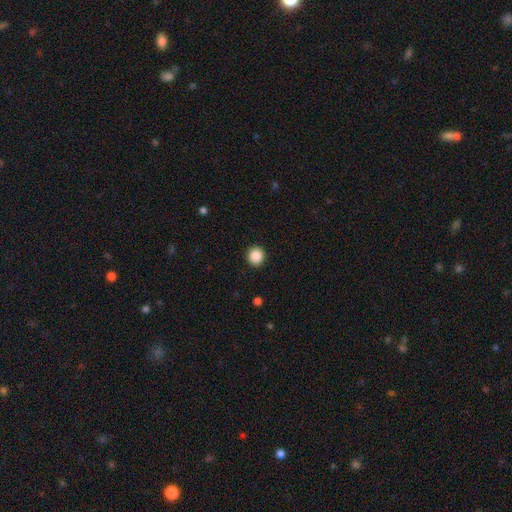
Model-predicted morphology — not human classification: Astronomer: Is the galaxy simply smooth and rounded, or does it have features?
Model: smooth — 87%.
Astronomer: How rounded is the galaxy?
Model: round — 92%.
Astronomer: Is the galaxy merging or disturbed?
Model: none — 92%.